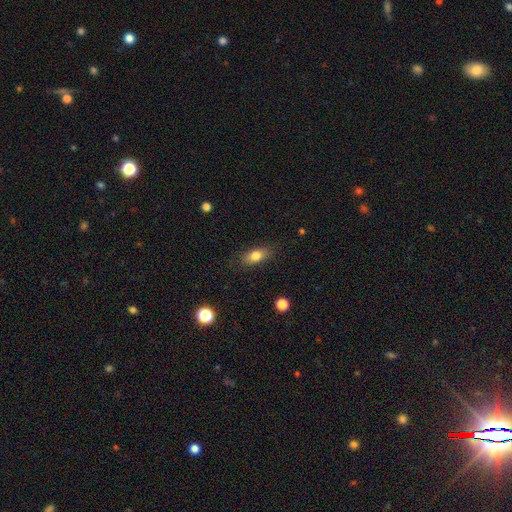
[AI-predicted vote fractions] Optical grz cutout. It shows a smooth galaxy with no disk features (79%) that is in between round and cigar-shaped (78%). Merging: none (81%).